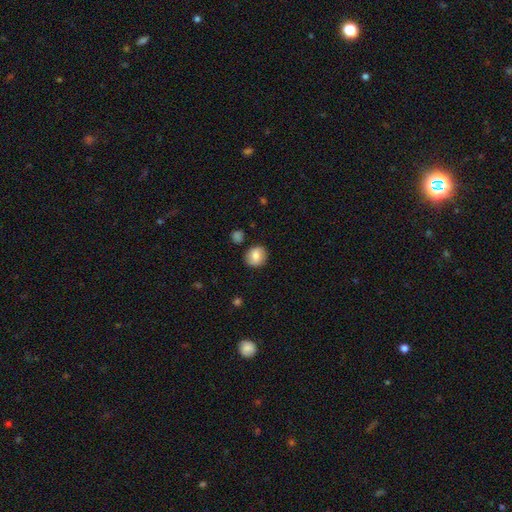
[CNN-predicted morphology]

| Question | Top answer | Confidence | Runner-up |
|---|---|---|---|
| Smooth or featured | smooth | 78% | featured or disk (14%) |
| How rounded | round | 75% | in between (24%) |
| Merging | none | 85% | minor disturbance (10%) |